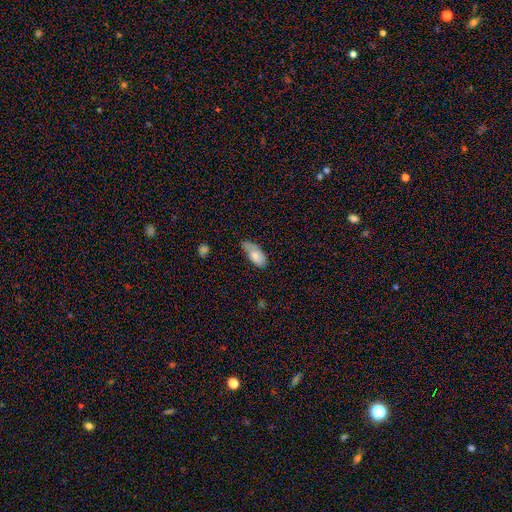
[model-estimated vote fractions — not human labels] Smooth or featured? smooth (78%)
How rounded? in between (91%)
Merging? minor disturbance (46%)